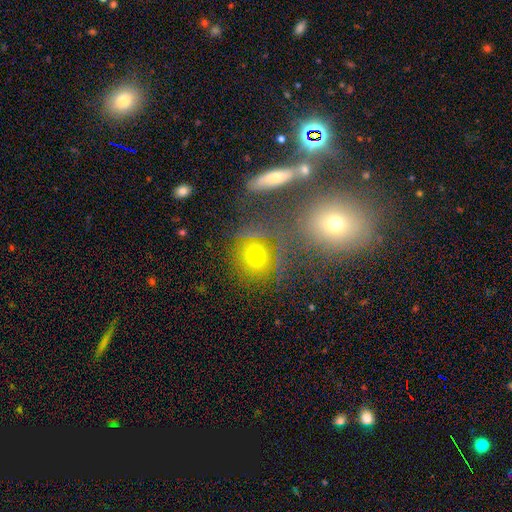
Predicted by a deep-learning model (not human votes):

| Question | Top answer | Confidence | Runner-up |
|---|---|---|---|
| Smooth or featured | smooth | 60% | star or artifact (25%) |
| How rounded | round | 87% | in between (12%) |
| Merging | none | 74% | minor disturbance (10%) |